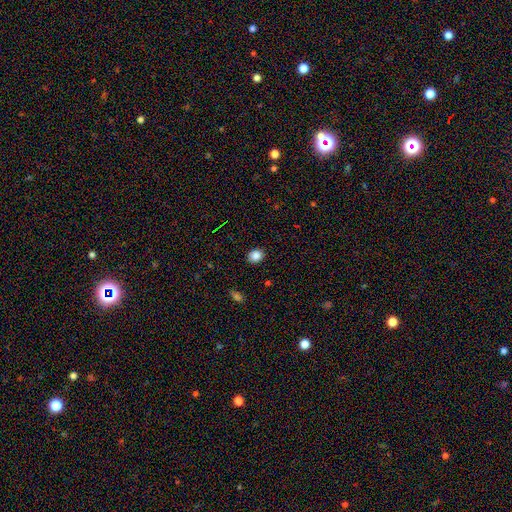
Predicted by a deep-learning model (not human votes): Smooth or featured? Predicted: smooth (p=0.86). How rounded? Predicted: round (p=0.57). Merging? Predicted: none (p=0.89).